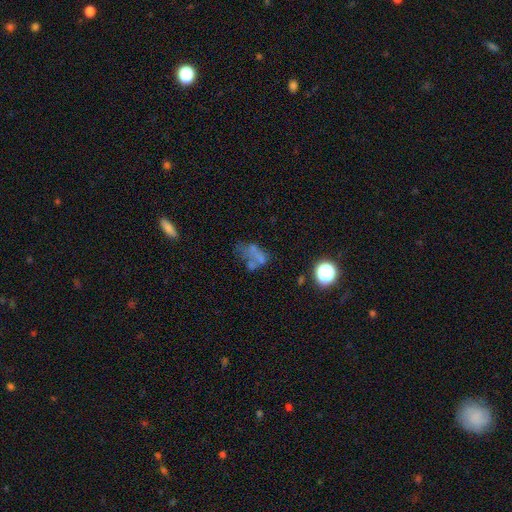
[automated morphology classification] This appears to be a smooth galaxy with no disk features (42%). Merging: none (31%).